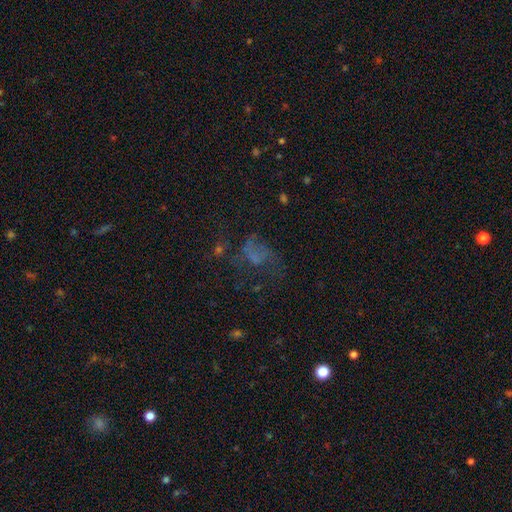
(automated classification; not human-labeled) The model was most divided on "smooth or featured": featured or disk: 38%, smooth: 35%, star or artifact: 27%. Remaining: merging — major disturbance (44%).